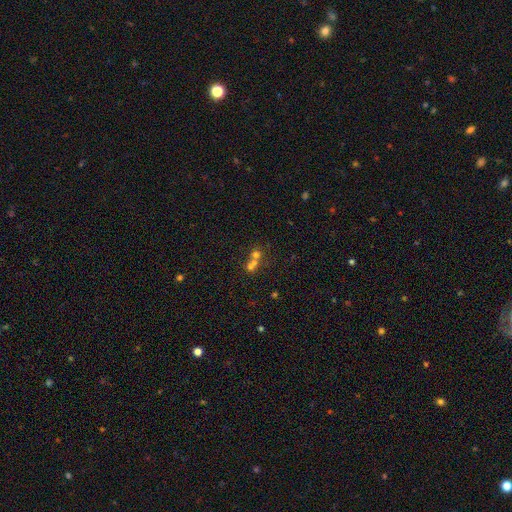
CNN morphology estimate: The model was most divided on "merging": merger: 55%, none: 35%, minor disturbance: 6%, major disturbance: 4%. More confident: how rounded — round (78%); smooth or featured — smooth (53%).